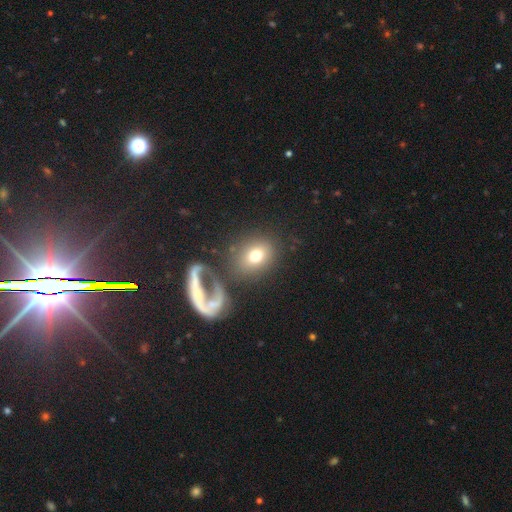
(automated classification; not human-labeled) Q: Smooth or featured?
A: smooth (69%); runner-up: featured or disk (20%)
Q: How rounded?
A: round (54%); runner-up: in between (44%)
Q: Merging?
A: none (64%); runner-up: merger (13%)